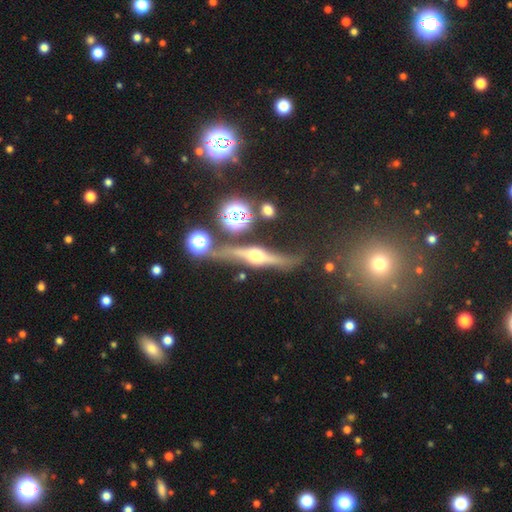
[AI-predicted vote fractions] A featured or disk galaxy (81%) viewed edge-on (91%) with a rounded central bulge (94%). Merging: none (69%).